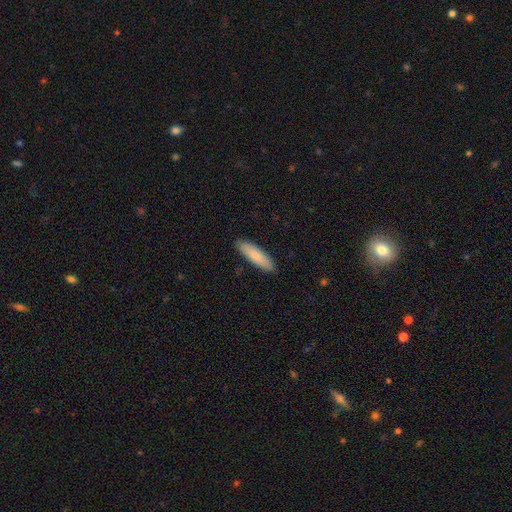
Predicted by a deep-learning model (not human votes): smooth_or_featured: smooth (p=0.83) [alt: featured or disk p=0.12]
how_rounded: cigar-shaped (p=0.68) [alt: in between p=0.31]
merging: none (p=0.90) [alt: minor disturbance p=0.08]